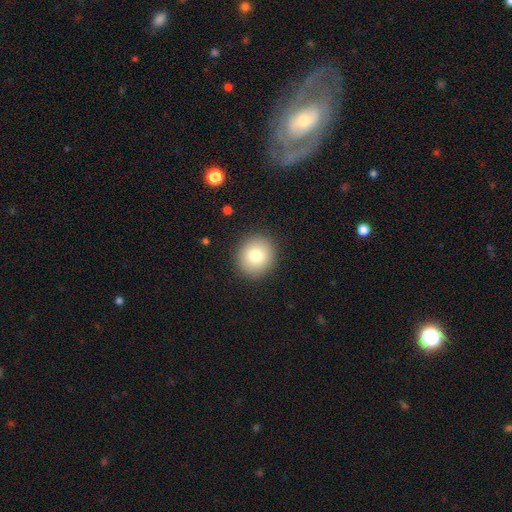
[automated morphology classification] This is likely a smooth galaxy (79%). How rounded: clearly round (86%). Merging: clearly none (90%).